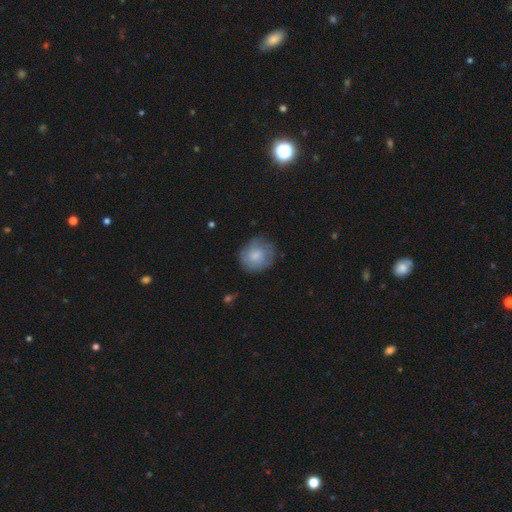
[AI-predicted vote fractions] Morphology: type=smooth (56%); roundness=round (79%); merging=none (72%).